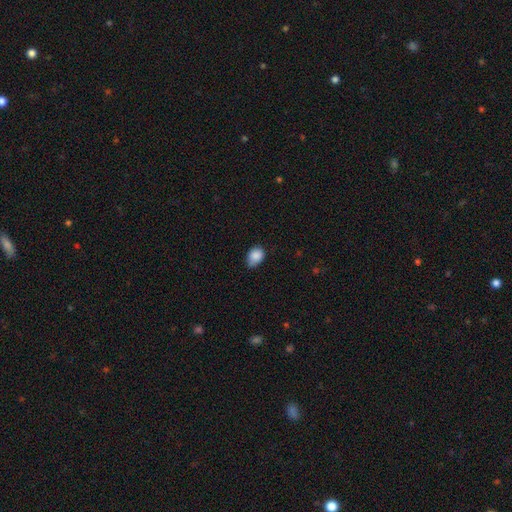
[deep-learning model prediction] Q: Smooth or featured?
A: smooth (87%); runner-up: star or artifact (8%)
Q: How rounded?
A: in between (71%); runner-up: round (28%)
Q: Merging?
A: none (52%); runner-up: minor disturbance (40%)